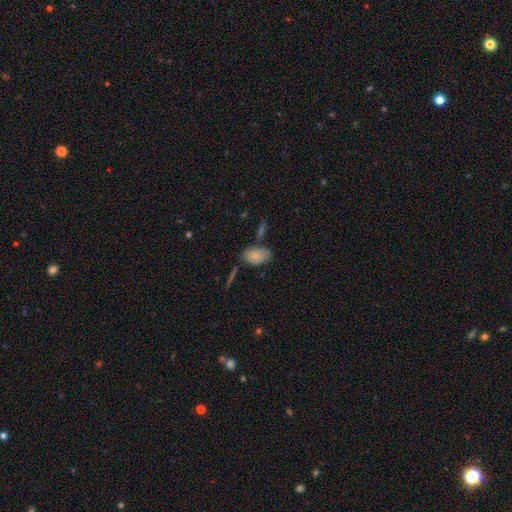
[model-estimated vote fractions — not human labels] Overall: smooth (80%). How rounded: in between (90%). Merging: none (62%).